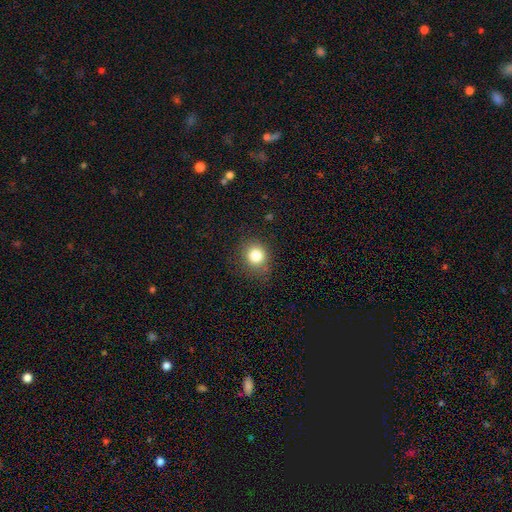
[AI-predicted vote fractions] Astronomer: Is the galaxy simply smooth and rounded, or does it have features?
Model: smooth — 82%.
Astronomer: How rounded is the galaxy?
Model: round — 81%.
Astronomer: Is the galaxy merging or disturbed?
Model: none — 81%.